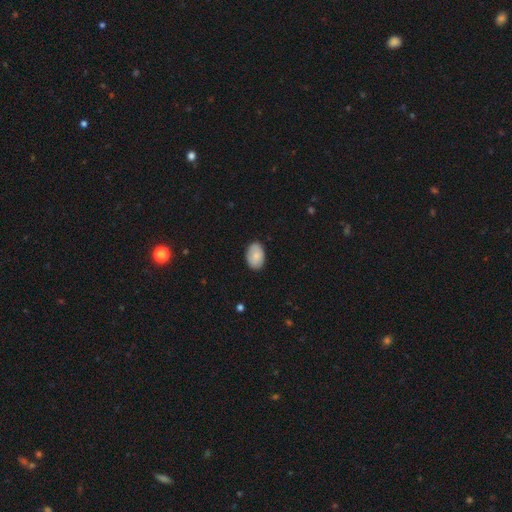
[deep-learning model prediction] Q: Smooth or featured?
A: smooth (82%); runner-up: featured or disk (12%)
Q: How rounded?
A: in between (88%); runner-up: round (10%)
Q: Merging?
A: none (85%); runner-up: minor disturbance (12%)